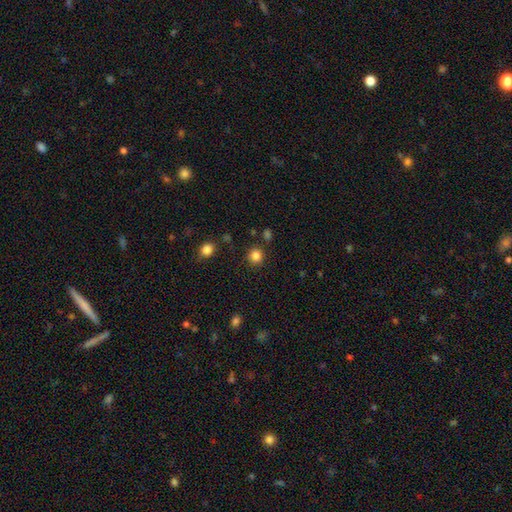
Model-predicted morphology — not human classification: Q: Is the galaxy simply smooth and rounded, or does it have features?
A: smooth — 84%.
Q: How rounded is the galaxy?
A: round — 89%.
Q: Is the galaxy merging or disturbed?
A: none — 86%.